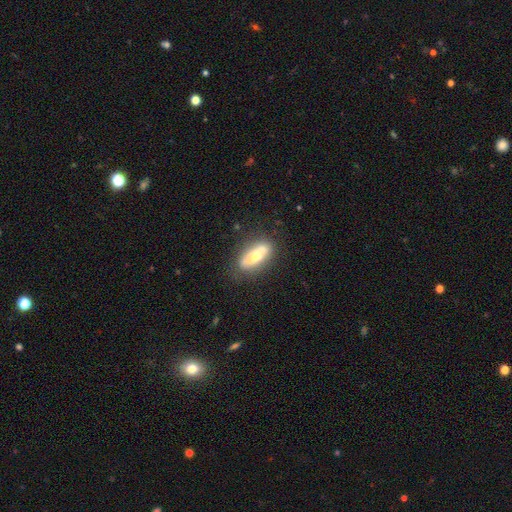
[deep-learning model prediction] A smooth galaxy with no disk features (55%) that is in between round and cigar-shaped (57%). Merging: none (77%).